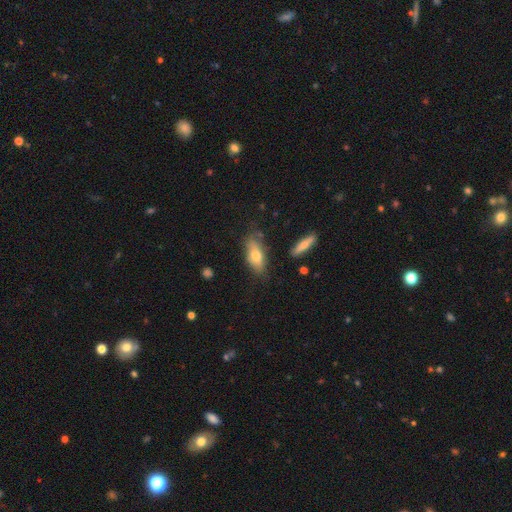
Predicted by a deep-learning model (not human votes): This appears to be a smooth galaxy with no disk features (70%) that is in between round and cigar-shaped (78%). Merging: none (66%).